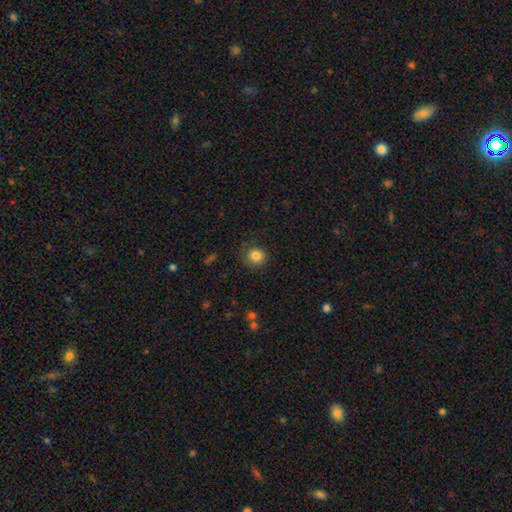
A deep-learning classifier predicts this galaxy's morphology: Smooth or featured? Predicted: smooth (p=0.83). How rounded? Predicted: round (p=0.88). Merging? Predicted: none (p=0.84).